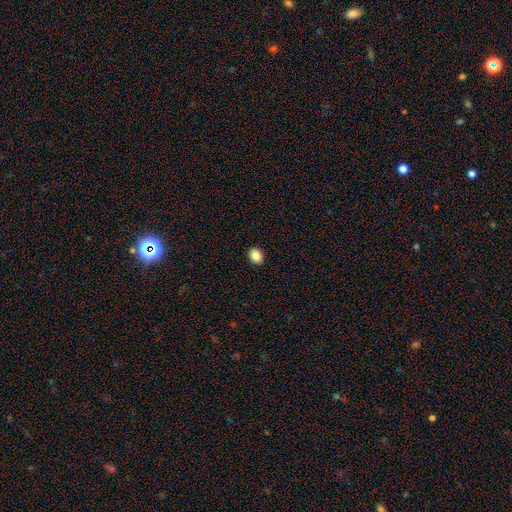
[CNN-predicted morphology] Smooth or featured? smooth (87%)
How rounded? round (50%)
Merging? none (92%)